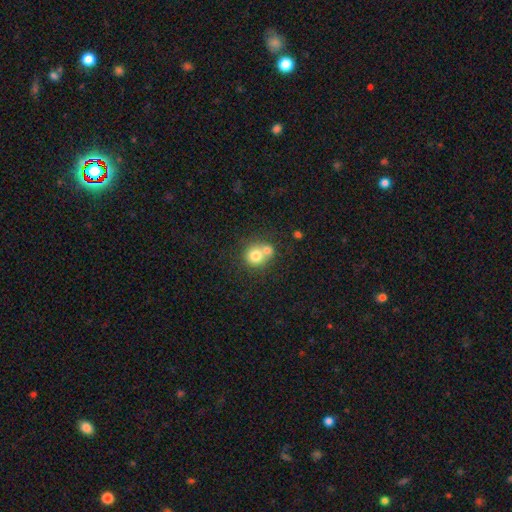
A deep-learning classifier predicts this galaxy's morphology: Smooth or featured? smooth (75%)
How rounded? round (86%)
Merging? merger (51%)